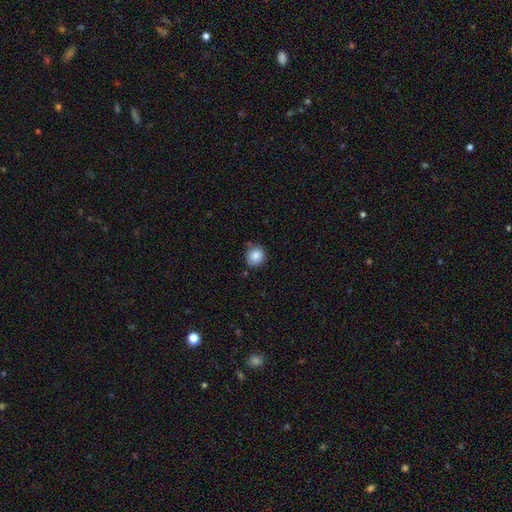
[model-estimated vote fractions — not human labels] The model was most divided on "merging": none: 76%, minor disturbance: 17%, merger: 4%, major disturbance: 3%. More confident: how rounded — round (88%); smooth or featured — smooth (86%).